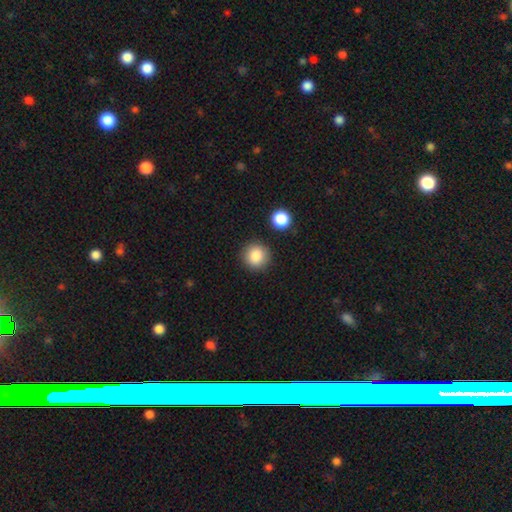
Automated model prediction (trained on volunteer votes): The model was most divided on "smooth or featured": smooth: 85%, star or artifact: 10%, featured or disk: 5%. More confident: how rounded — round (93%); merging — none (87%).